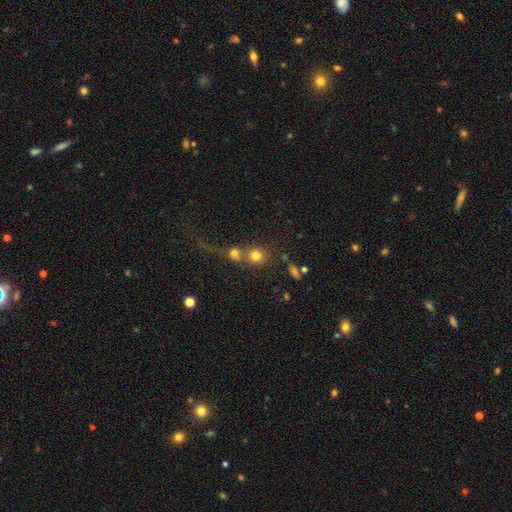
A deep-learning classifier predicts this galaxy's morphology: Smooth or featured? Predicted: smooth (p=0.75). How rounded? Predicted: round (p=0.87). Merging? Predicted: merger (p=0.45).